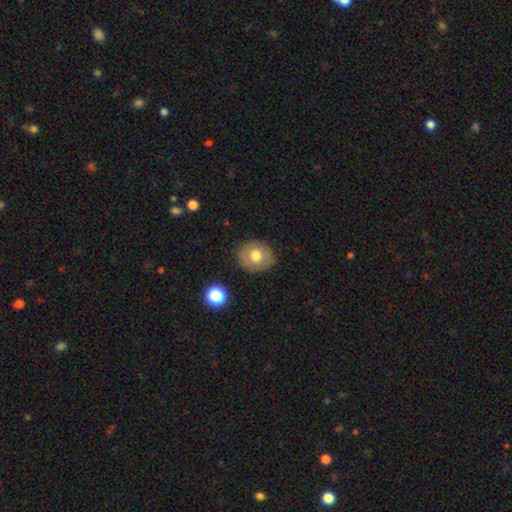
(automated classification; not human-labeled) This is likely a smooth galaxy (71%). How rounded: likely round (67%). Merging: clearly none (86%).